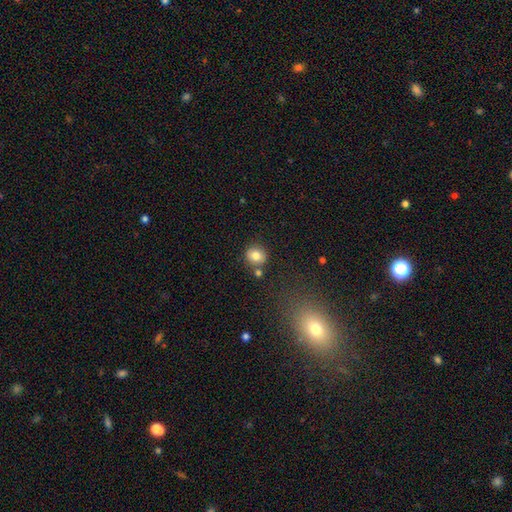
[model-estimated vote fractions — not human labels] Smooth or featured: smooth — 80% (star or artifact — 11%)
How rounded: round — 84% (in between — 16%)
Merging: none — 75% (merger — 12%)